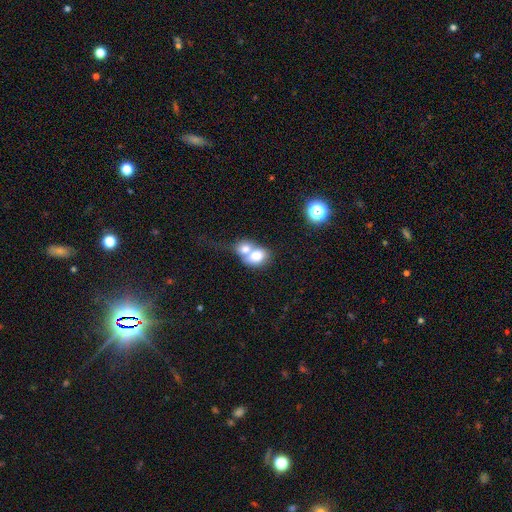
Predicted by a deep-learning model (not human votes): smooth 73%, featured or disk 18%, star or artifact 9%. Down the decision tree: how rounded — in between (65%); merging — merger (72%).